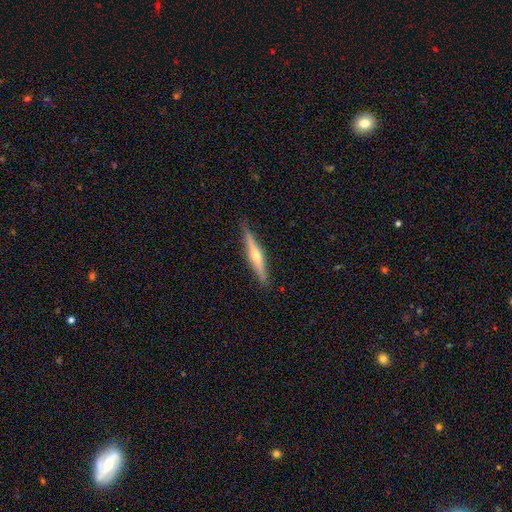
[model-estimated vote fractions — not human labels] A featured or disk galaxy (68%) viewed edge-on (96%) with a rounded central bulge (89%). Merging: none (89%).